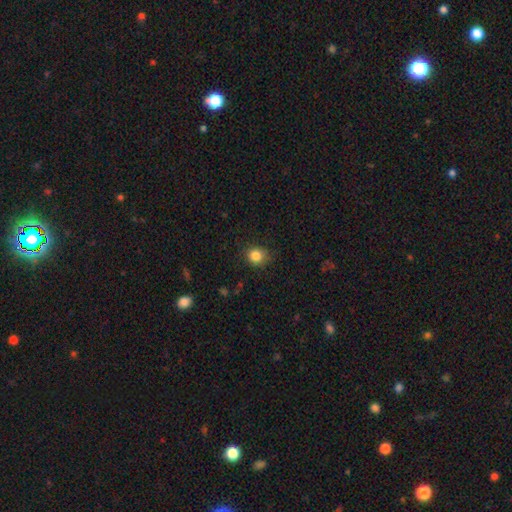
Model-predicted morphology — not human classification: smooth 85%, star or artifact 11%, featured or disk 5%. Down the decision tree: how rounded — round (80%); merging — none (81%).